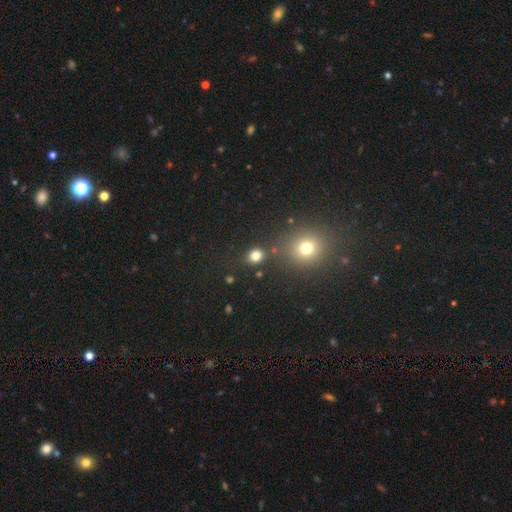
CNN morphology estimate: smooth_or_featured: smooth (p=0.78) [alt: star or artifact p=0.17]
how_rounded: round (p=0.67) [alt: in between p=0.32]
merging: none (p=0.80) [alt: minor disturbance p=0.09]